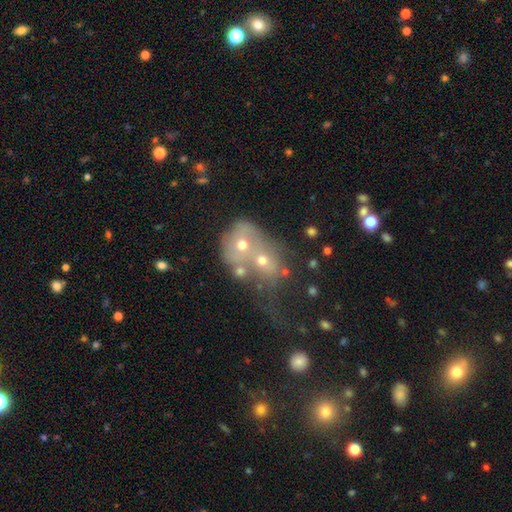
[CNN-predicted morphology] This is marginally a smooth galaxy (41%). Merging: likely merger (72%).